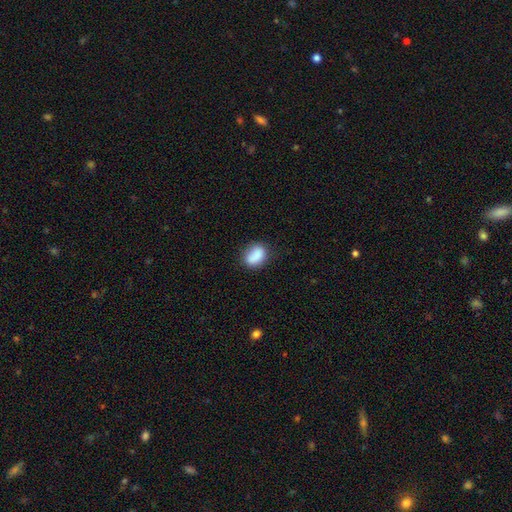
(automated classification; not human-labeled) smooth-or-featured: smooth: 85% | star or artifact: 9% | featured or disk: 6%
  how-rounded: in between: 71% | round: 27% | cigar-shaped: 2%
  merging: none: 70% | minor disturbance: 20% | major disturbance: 6% | merger: 5%